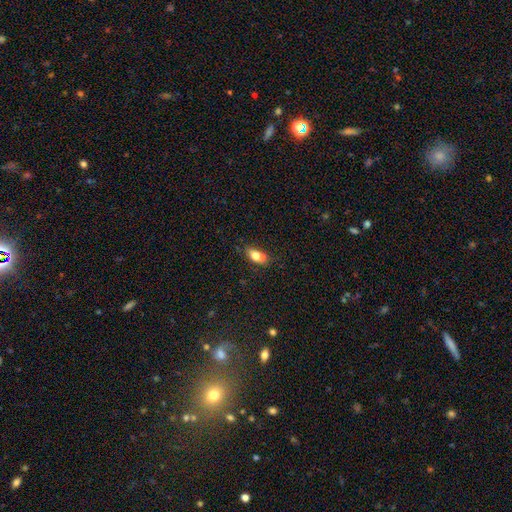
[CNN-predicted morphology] Smooth or featured?
  - smooth: 74% *
  - featured or disk: 17%
  - star or artifact: 9%
How rounded?
  - in between: 79% *
  - round: 14%
  - cigar-shaped: 7%
Merging?
  - none: 41% *
  - merger: 40%
  - minor disturbance: 14%
  - major disturbance: 5%